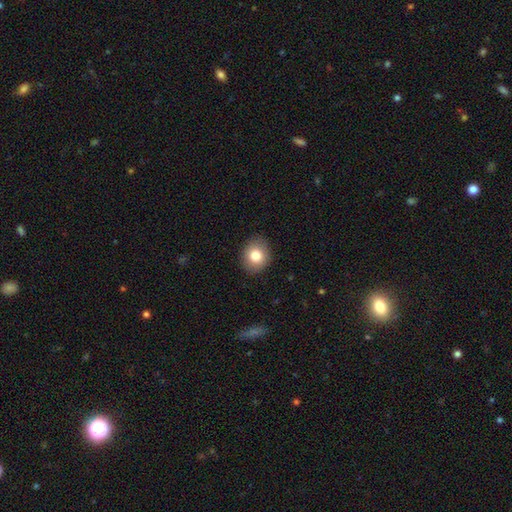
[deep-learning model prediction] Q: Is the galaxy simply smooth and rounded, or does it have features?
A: smooth — 81%.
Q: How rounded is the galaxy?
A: round — 64%.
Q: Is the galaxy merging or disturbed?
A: none — 88%.